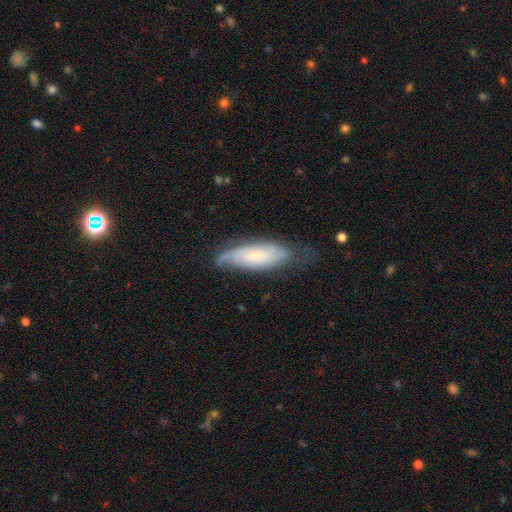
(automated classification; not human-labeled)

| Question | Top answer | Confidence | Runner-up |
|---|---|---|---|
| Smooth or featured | featured or disk | 67% | smooth (26%) |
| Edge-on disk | no | 84% | yes (16%) |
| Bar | no | 68% | weak (27%) |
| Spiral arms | yes | 90% | no (10%) |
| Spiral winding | tight | 45% | medium (37%) |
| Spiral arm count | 2 | 40% | can't tell (37%) |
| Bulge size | small | 63% | moderate (26%) |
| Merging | none | 57% | minor disturbance (28%) |